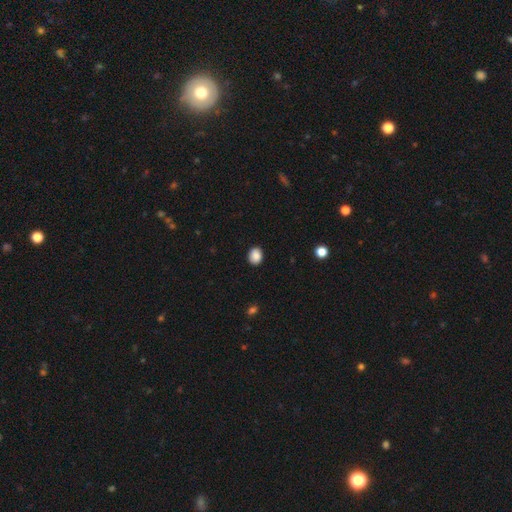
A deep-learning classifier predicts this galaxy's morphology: A smooth galaxy with no disk features (88%) that is round (51%).

Vote fractions:
- Smooth or featured? smooth: 88% / star or artifact: 9% / featured or disk: 4%
- How rounded? round: 51% / in between: 48% / cigar-shaped: 1%
- Merging? none: 88% / minor disturbance: 9% / major disturbance: 2% / merger: 1%